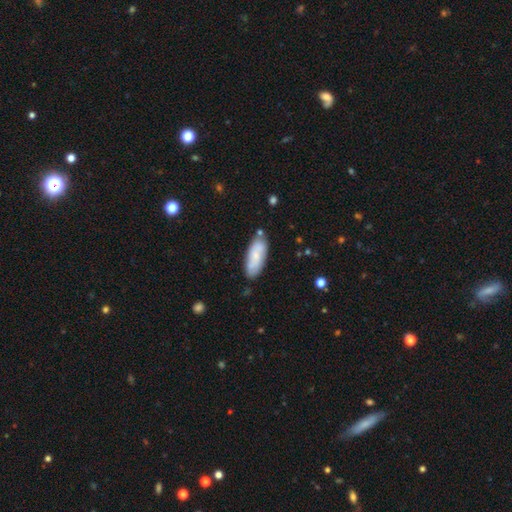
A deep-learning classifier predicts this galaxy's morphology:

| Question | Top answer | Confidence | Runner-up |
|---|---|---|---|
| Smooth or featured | smooth | 63% | featured or disk (30%) |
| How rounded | in between | 75% | cigar-shaped (23%) |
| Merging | none | 74% | minor disturbance (17%) |